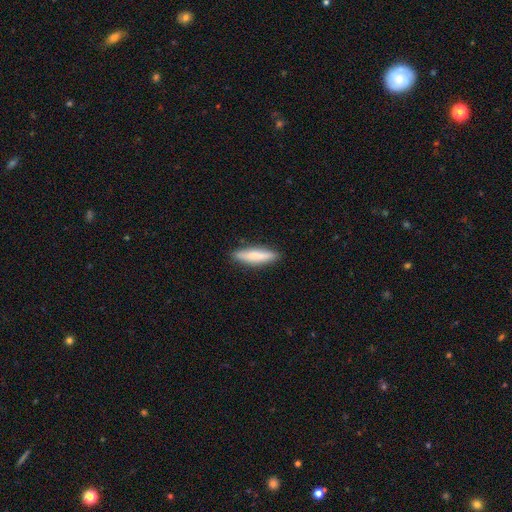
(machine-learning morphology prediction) smooth 75%, featured or disk 20%, star or artifact 6%. Down the decision tree: how rounded — cigar-shaped (79%); merging — none (89%).